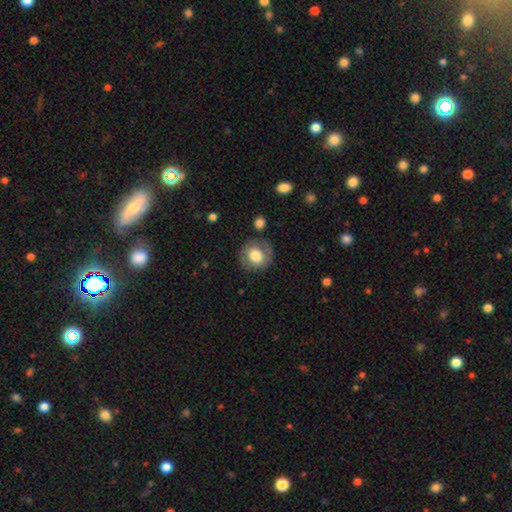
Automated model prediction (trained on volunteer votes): smooth-or-featured: smooth: 72% | featured or disk: 20% | star or artifact: 8%
  how-rounded: round: 85% | in between: 15% | cigar-shaped: 1%
  merging: none: 77% | minor disturbance: 15% | major disturbance: 6% | merger: 3%